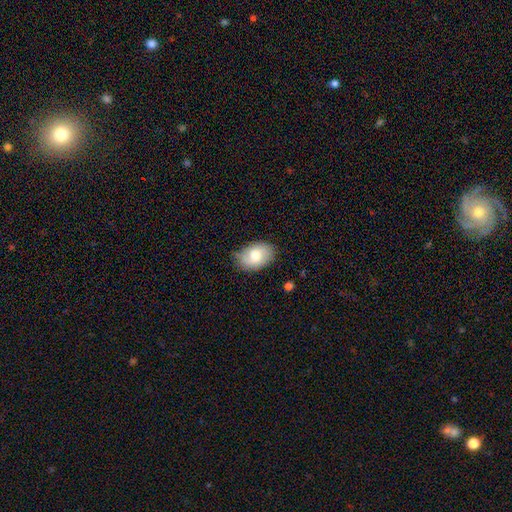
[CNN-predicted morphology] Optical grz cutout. It shows a smooth galaxy with no disk features (70%) that is in between round and cigar-shaped (84%). Merging: none (76%).